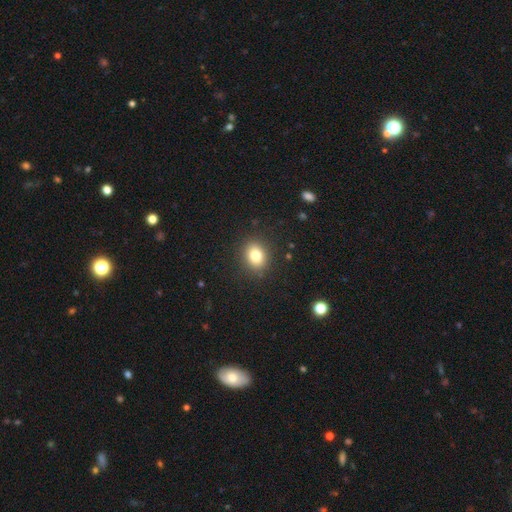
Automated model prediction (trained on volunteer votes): Smooth or featured? smooth (79%)
How rounded? round (57%)
Merging? none (89%)